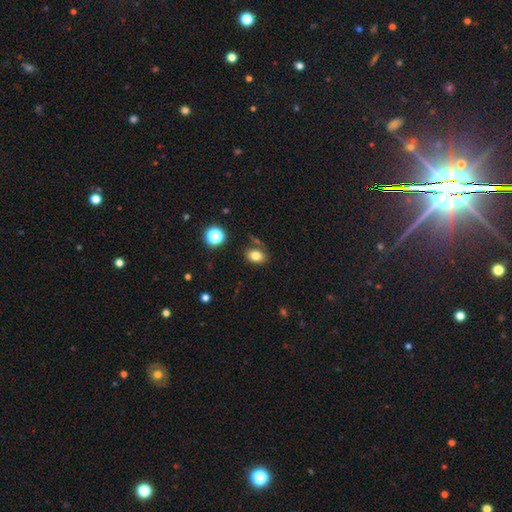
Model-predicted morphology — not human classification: This is likely a smooth galaxy (79%). How rounded: likely in between (68%). Merging: likely none (72%).